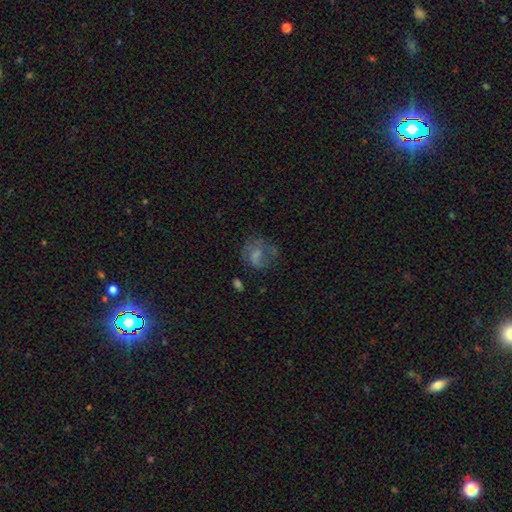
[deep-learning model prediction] Smooth or featured? smooth (45%)
Merging? none (52%)